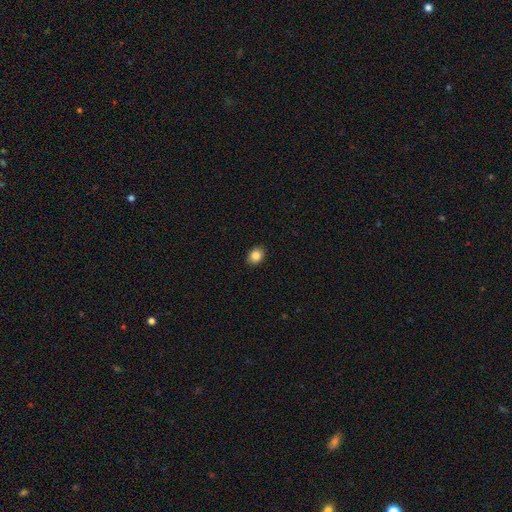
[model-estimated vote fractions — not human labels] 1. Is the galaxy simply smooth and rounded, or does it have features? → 85% smooth, 9% star or artifact, 6% featured or disk.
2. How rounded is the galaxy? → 59% in between, 40% round, 1% cigar-shaped.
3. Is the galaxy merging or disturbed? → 89% none, 8% minor disturbance, 2% major disturbance, 1% merger.